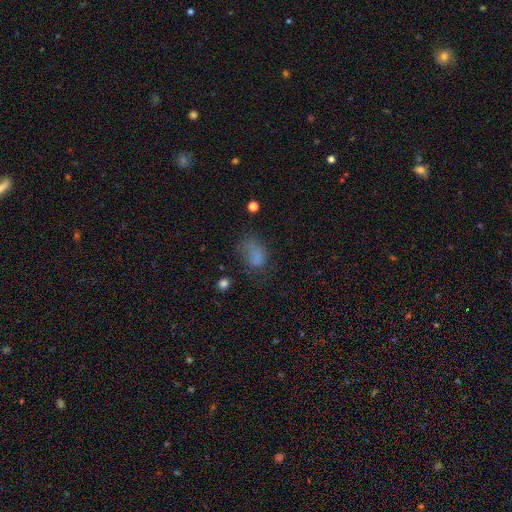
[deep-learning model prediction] smooth_or_featured: smooth (p=0.72) [alt: star or artifact p=0.15]
how_rounded: in between (p=0.82) [alt: round p=0.16]
merging: none (p=0.41) [alt: major disturbance p=0.28]